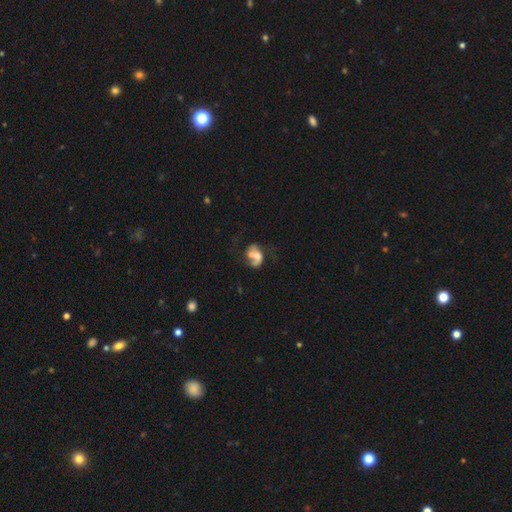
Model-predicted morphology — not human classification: A featured or disk galaxy (57%) with no bar (68%), spiral arms (65%) and a moderate central bulge (44%).

Vote fractions:
- Smooth or featured? featured or disk: 57% / smooth: 34% / star or artifact: 9%
- Edge-on disk? no: 97% / yes: 3%
- Bar? no: 68% / weak: 24% / strong: 8%
- Spiral arms? yes: 65% / no: 35%
- Bulge size? moderate: 44% / small: 23% / large: 15% / none: 15% / dominant: 3%
- Merging? merger: 37% / none: 27% / major disturbance: 21% / minor disturbance: 15%